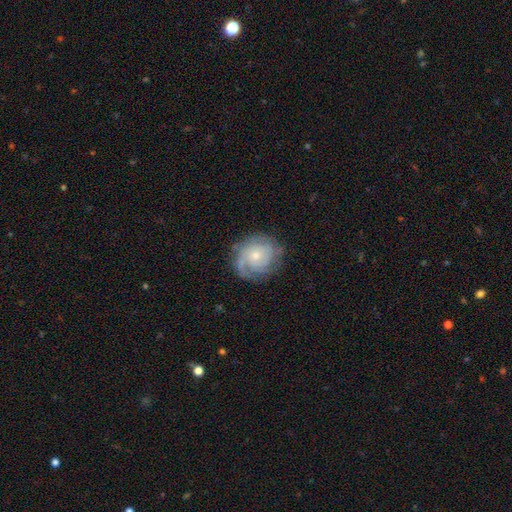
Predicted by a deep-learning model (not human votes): Smooth or featured? Predicted: featured or disk (p=0.77). Edge-on disk? Predicted: no (p=0.98). Bar? Predicted: no (p=0.79). Spiral arms? Predicted: yes (p=0.93). Spiral winding? Predicted: tight (p=0.64). Spiral arm count? Predicted: can't tell (p=0.31). Bulge size? Predicted: small (p=0.58). Merging? Predicted: none (p=0.74).